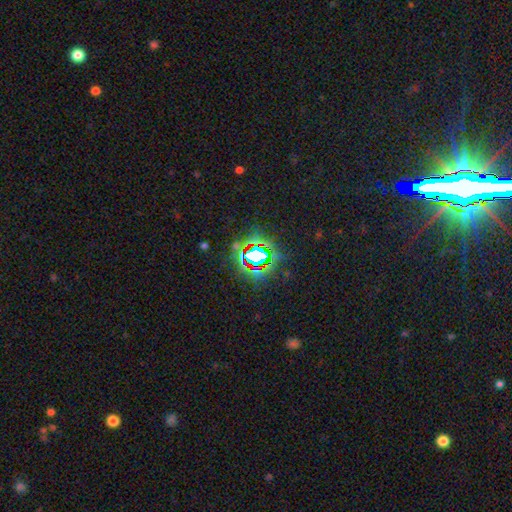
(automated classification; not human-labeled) Morphology: type=star or artifact (75%).